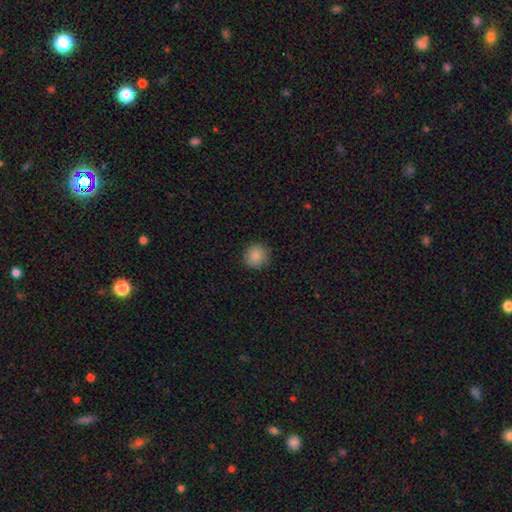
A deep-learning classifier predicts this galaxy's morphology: smooth-or-featured: smooth: 87% | star or artifact: 9% | featured or disk: 4%
  how-rounded: round: 92% | in between: 7% | cigar-shaped: 1%
  merging: none: 89% | minor disturbance: 8% | major disturbance: 2% | merger: 1%